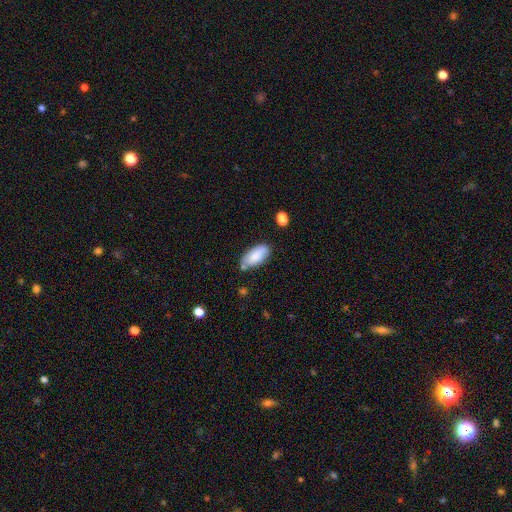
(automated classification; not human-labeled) smooth-or-featured: smooth: 82% | featured or disk: 12% | star or artifact: 7%
  how-rounded: in between: 91% | cigar-shaped: 7% | round: 2%
  merging: none: 68% | minor disturbance: 21% | merger: 7% | major disturbance: 4%